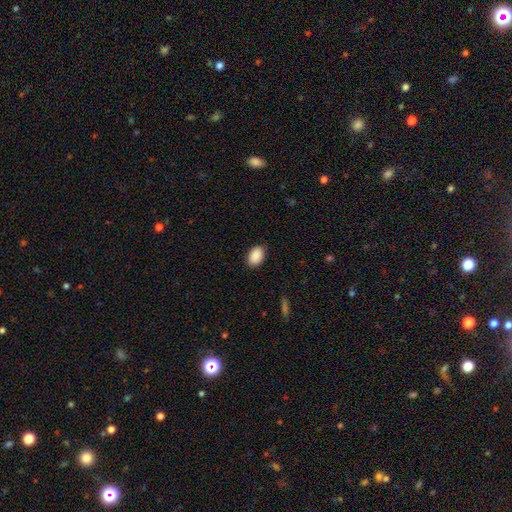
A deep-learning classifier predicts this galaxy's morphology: smooth_or_featured: smooth (p=0.90) [alt: star or artifact p=0.07]
how_rounded: in between (p=0.87) [alt: round p=0.11]
merging: none (p=0.86) [alt: minor disturbance p=0.11]